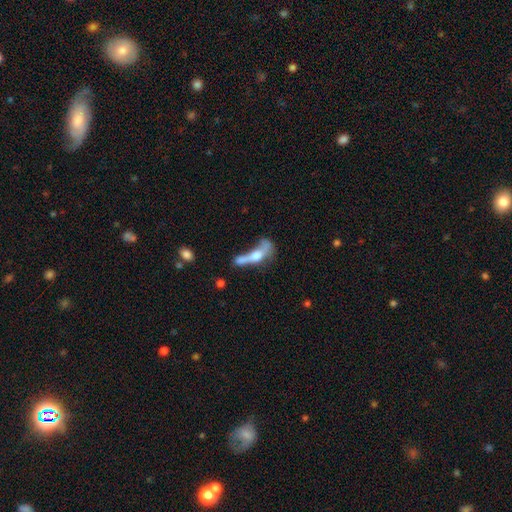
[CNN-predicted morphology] The model was most divided on "merging": merger: 33%, major disturbance: 32%, none: 21%, minor disturbance: 14%. Remaining: smooth or featured — featured or disk (49%).